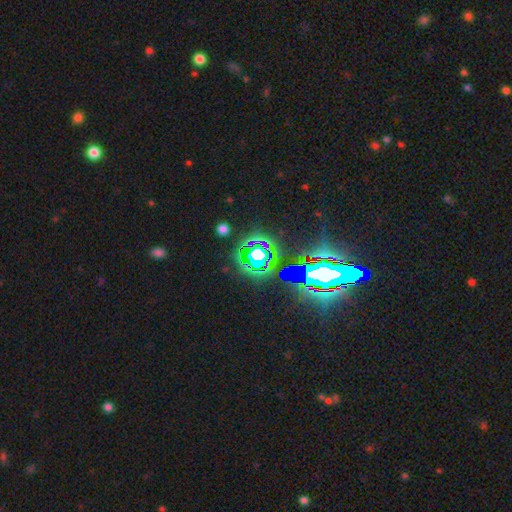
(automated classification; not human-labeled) Q: Smooth or featured?
A: star or artifact (80%); runner-up: smooth (10%)